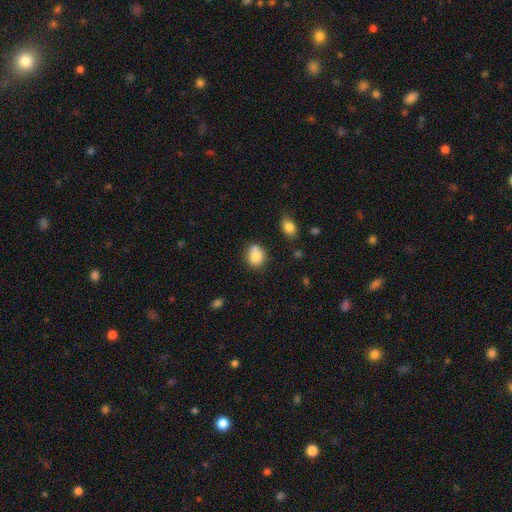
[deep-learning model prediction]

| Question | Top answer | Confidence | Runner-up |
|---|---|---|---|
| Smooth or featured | smooth | 80% | featured or disk (11%) |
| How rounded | round | 68% | in between (31%) |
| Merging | none | 57% | merger (23%) |